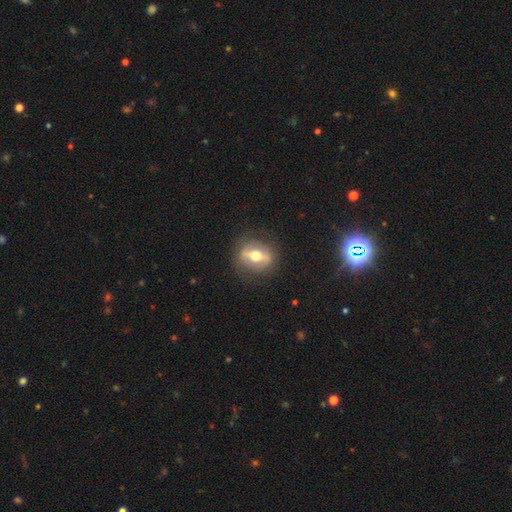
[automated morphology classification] A featured or disk galaxy (62%). Merging: none (83%).